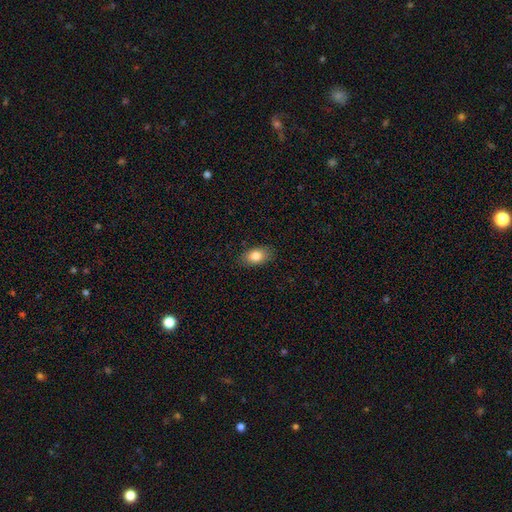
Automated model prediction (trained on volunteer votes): A smooth galaxy with no disk features (83%) that is in between round and cigar-shaped (89%). Merging: none (86%).